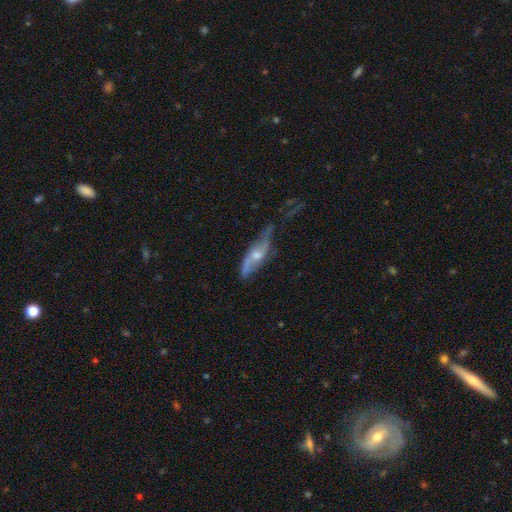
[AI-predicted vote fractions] smooth_or_featured: featured or disk (p=0.68) [alt: smooth p=0.24]
disk_edge_on: no (p=0.62) [alt: yes p=0.38]
merging: none (p=0.44) [alt: minor disturbance p=0.31]